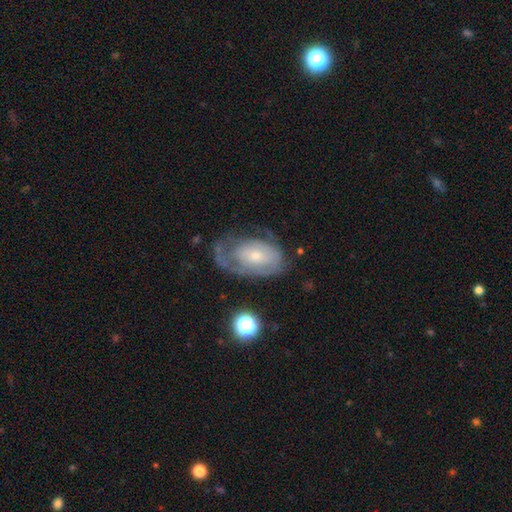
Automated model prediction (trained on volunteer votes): Q: Smooth or featured?
A: featured or disk (64%); runner-up: smooth (29%)
Q: Edge-on disk?
A: no (95%); runner-up: yes (5%)
Q: Bar?
A: no (72%); runner-up: weak (23%)
Q: Spiral arms?
A: yes (68%); runner-up: no (32%)
Q: Bulge size?
A: small (62%); runner-up: moderate (31%)
Q: Merging?
A: none (39%); runner-up: major disturbance (31%)